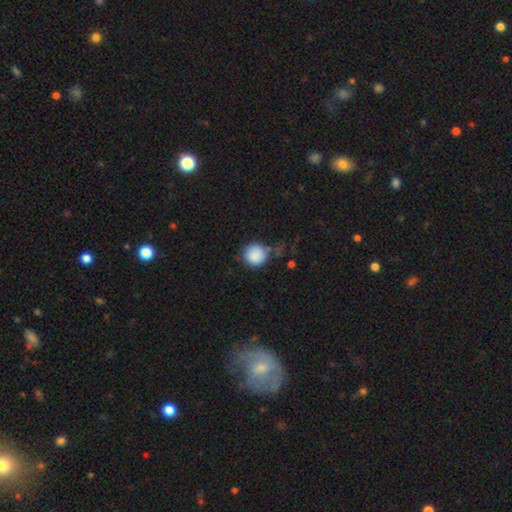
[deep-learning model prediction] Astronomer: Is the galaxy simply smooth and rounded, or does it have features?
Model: smooth — 87%.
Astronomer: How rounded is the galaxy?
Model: round — 92%.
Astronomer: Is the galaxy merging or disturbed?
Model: none — 62%.